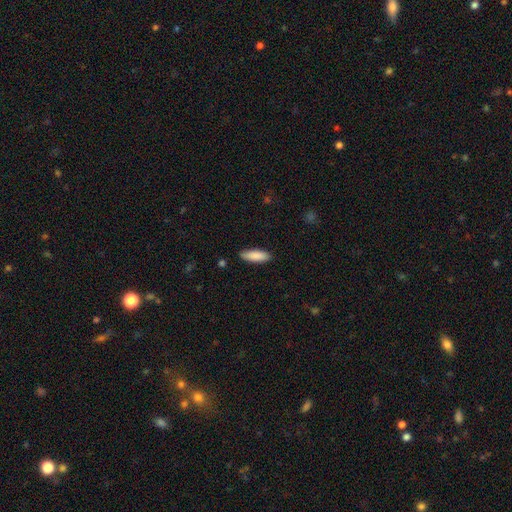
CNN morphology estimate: This appears to be a smooth galaxy with no disk features (88%) that is in between round and cigar-shaped (55%). Merging: none (88%).